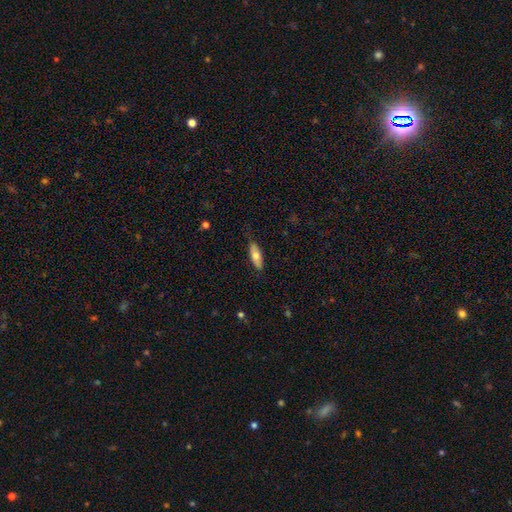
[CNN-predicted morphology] smooth 72%, featured or disk 22%, star or artifact 6%. Down the decision tree: how rounded — in between (63%); merging — none (82%).